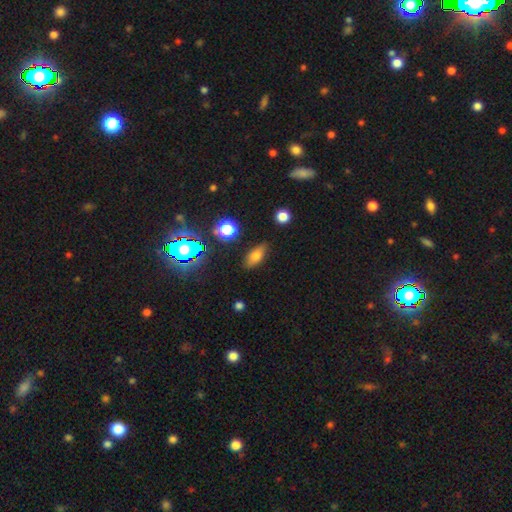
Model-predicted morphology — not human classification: This appears to be a smooth galaxy with no disk features (71%) that is in between round and cigar-shaped (79%). Merging: none (83%).